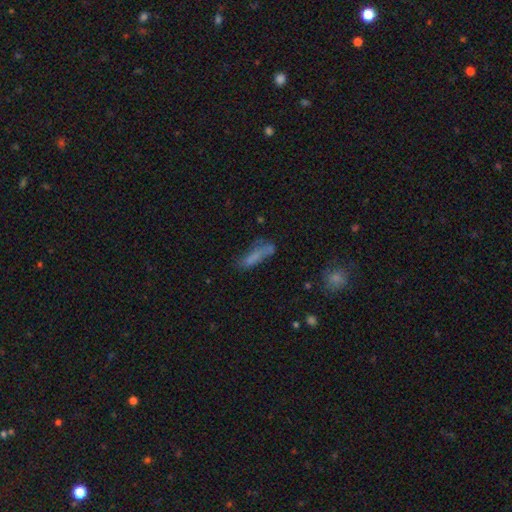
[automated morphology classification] Smooth or featured? smooth (65%)
How rounded? cigar-shaped (72%)
Merging? none (50%)